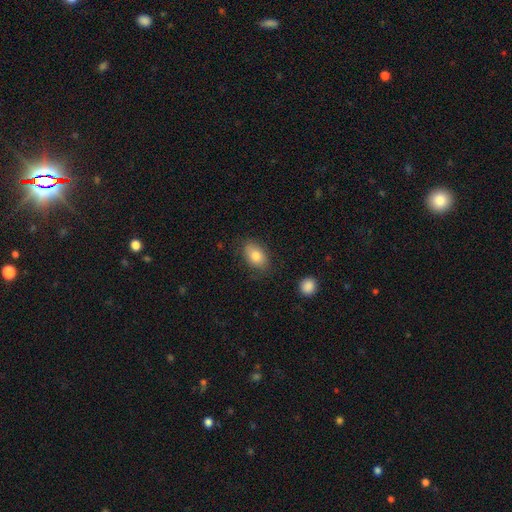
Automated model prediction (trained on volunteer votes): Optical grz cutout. It shows a smooth galaxy with no disk features (82%) that is in between round and cigar-shaped (87%). Merging: none (78%).